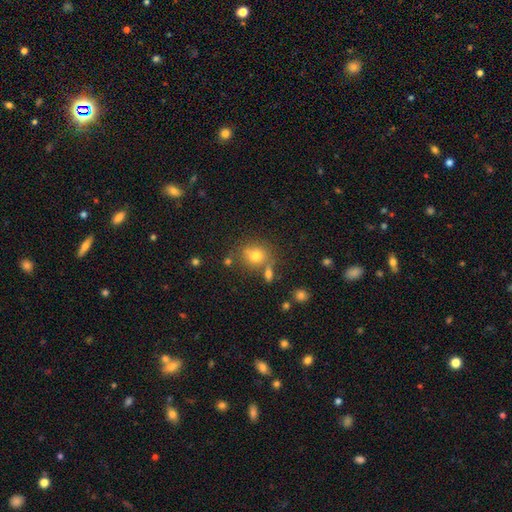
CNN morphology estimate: Q: Smooth or featured?
A: smooth (76%); runner-up: star or artifact (13%)
Q: How rounded?
A: round (77%); runner-up: in between (22%)
Q: Merging?
A: none (64%); runner-up: merger (18%)